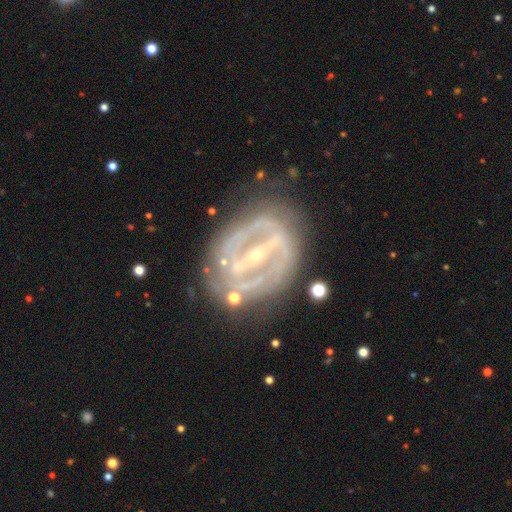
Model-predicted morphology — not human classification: A featured or disk galaxy (87%) with a strong bar (80%), 2 (51%) tight (54%) spiral arms (67%) and a small central bulge (80%). Merging: none (70%).